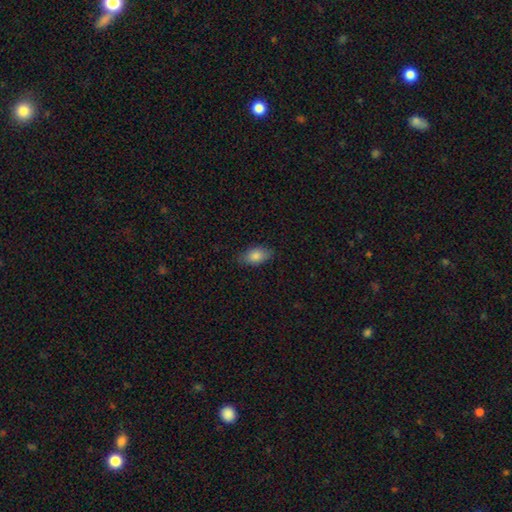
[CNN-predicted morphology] Smooth or featured: smooth — 84% (featured or disk — 8%)
How rounded: in between — 91% (round — 5%)
Merging: none — 82% (minor disturbance — 14%)